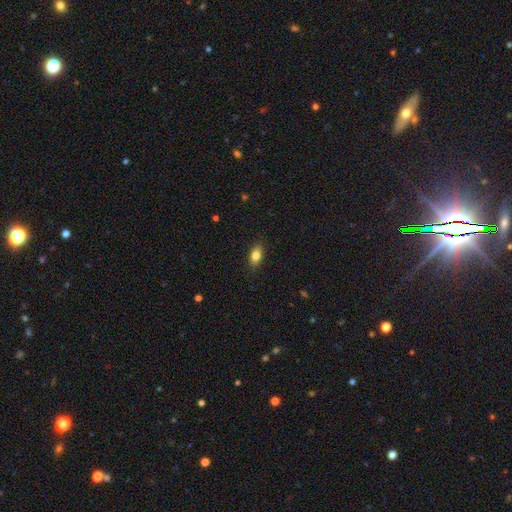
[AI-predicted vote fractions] Smooth or featured?
  - smooth: 80% *
  - featured or disk: 12%
  - star or artifact: 8%
How rounded?
  - in between: 84% *
  - round: 9%
  - cigar-shaped: 7%
Merging?
  - none: 86% *
  - minor disturbance: 10%
  - major disturbance: 2%
  - merger: 1%